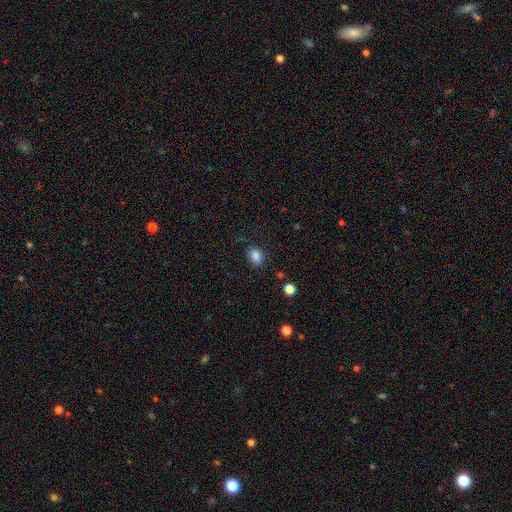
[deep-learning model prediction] This is clearly a smooth galaxy (85%). How rounded: likely in between (75%). Merging: likely none (79%).